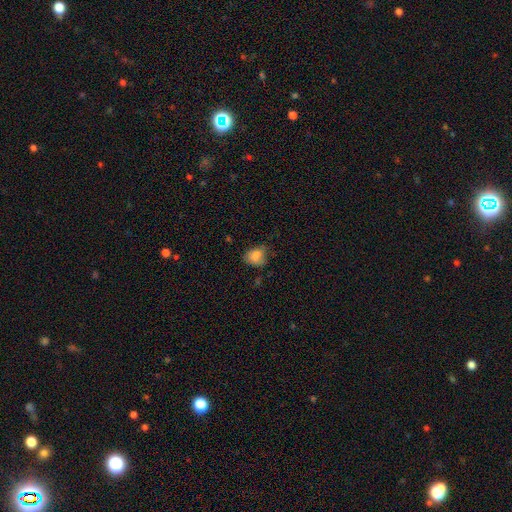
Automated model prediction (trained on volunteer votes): A smooth galaxy with no disk features (80%) that is in between round and cigar-shaped (53%).

Vote fractions:
- Smooth or featured? smooth: 80% / star or artifact: 11% / featured or disk: 10%
- How rounded? in between: 53% / round: 46% / cigar-shaped: 1%
- Merging? none: 55% / minor disturbance: 31% / major disturbance: 11% / merger: 4%